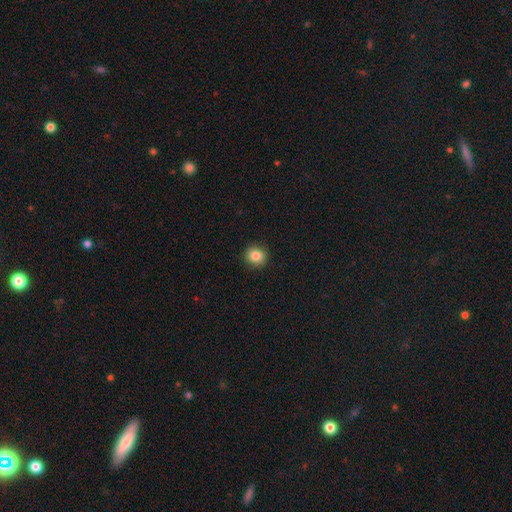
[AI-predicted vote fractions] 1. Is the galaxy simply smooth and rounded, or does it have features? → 84% smooth, 10% star or artifact, 6% featured or disk.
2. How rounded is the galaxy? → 90% round, 9% in between, 1% cigar-shaped.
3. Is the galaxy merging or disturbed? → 92% none, 5% minor disturbance, 2% major disturbance, 1% merger.